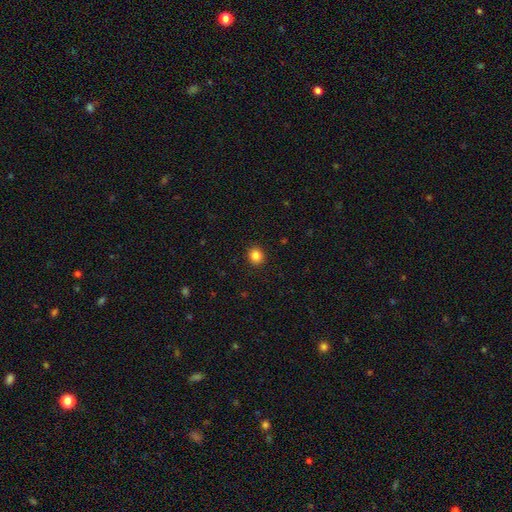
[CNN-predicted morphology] Smooth or featured: smooth — 85% (star or artifact — 11%)
How rounded: round — 82% (in between — 17%)
Merging: none — 91% (minor disturbance — 6%)